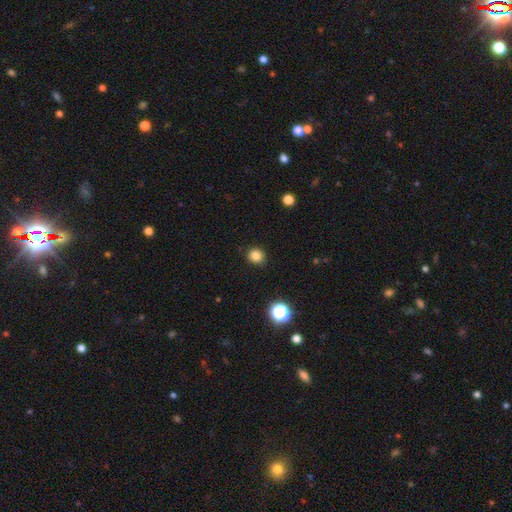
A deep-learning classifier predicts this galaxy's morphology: Overall: smooth (83%). How rounded: round (86%). Merging: none (90%).